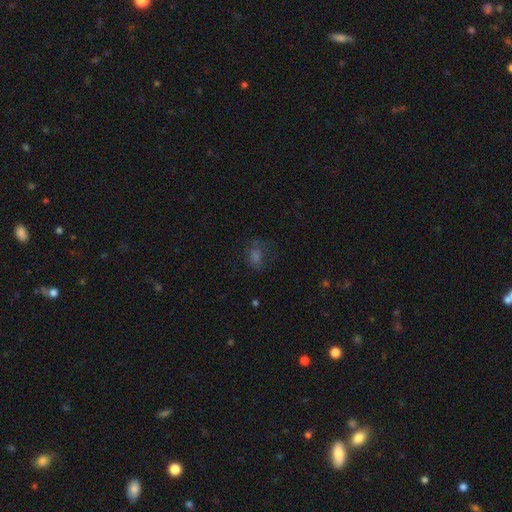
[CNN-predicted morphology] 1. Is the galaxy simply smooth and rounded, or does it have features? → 52% smooth, 32% star or artifact, 17% featured or disk.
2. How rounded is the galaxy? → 65% in between, 32% round, 3% cigar-shaped.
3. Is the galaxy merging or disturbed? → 65% none, 19% minor disturbance, 14% major disturbance, 2% merger.